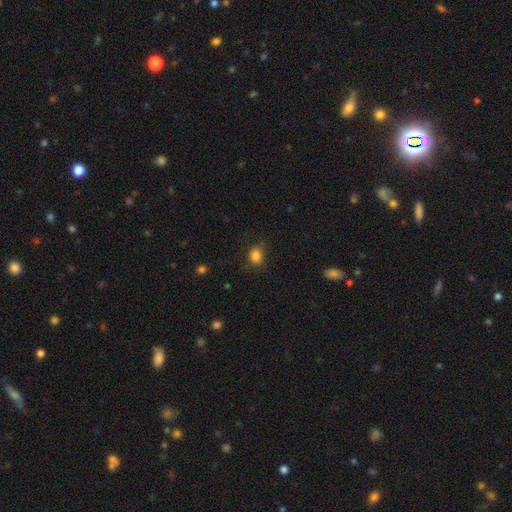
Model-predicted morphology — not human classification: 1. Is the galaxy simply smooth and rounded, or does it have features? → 84% smooth, 11% star or artifact, 5% featured or disk.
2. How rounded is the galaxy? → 67% round, 32% in between, 1% cigar-shaped.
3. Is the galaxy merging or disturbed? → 74% none, 18% minor disturbance, 6% major disturbance, 1% merger.